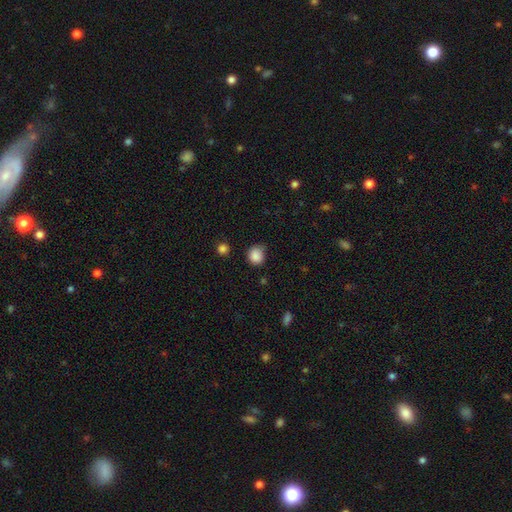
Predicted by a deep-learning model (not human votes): Smooth or featured? smooth (87%)
How rounded? round (81%)
Merging? none (67%)